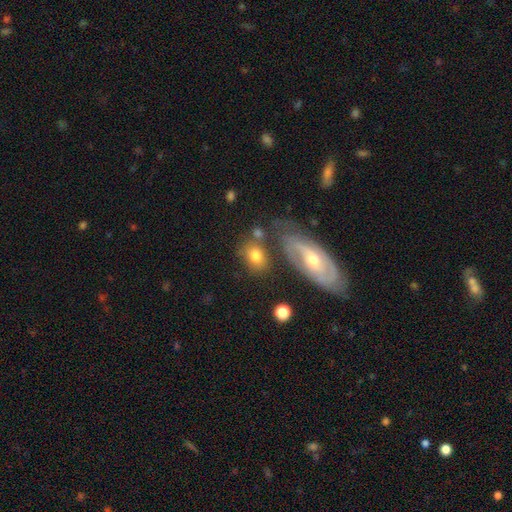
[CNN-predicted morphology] Smooth or featured? Predicted: smooth (p=0.71). How rounded? Predicted: in between (p=0.67). Merging? Predicted: none (p=0.60).